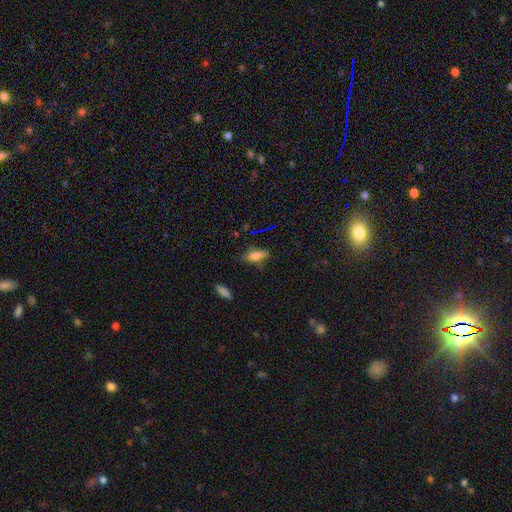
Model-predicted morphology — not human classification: A smooth galaxy with no disk features (69%) that is in between round and cigar-shaped (65%). Merging: none (74%).